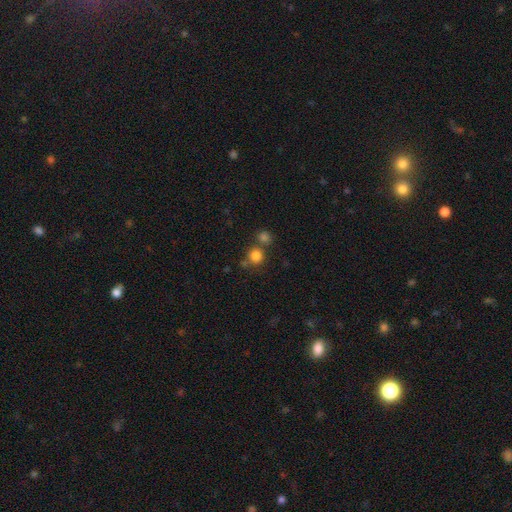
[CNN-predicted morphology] Smooth or featured? Predicted: smooth (p=0.81). How rounded? Predicted: round (p=0.91). Merging? Predicted: none (p=0.65).